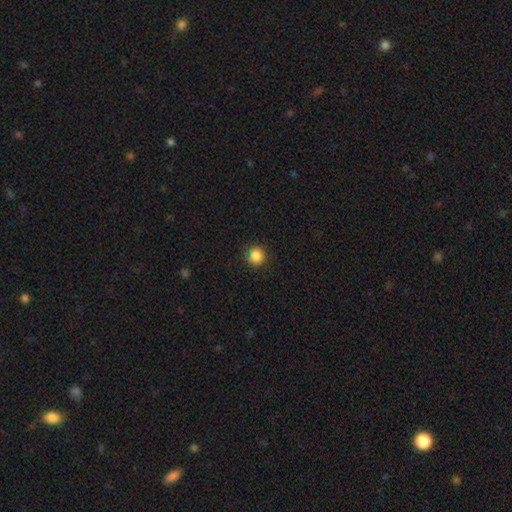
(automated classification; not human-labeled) smooth-or-featured: smooth: 85% | star or artifact: 11% | featured or disk: 4%
  how-rounded: round: 92% | in between: 7% | cigar-shaped: 1%
  merging: none: 83% | minor disturbance: 12% | major disturbance: 4% | merger: 2%